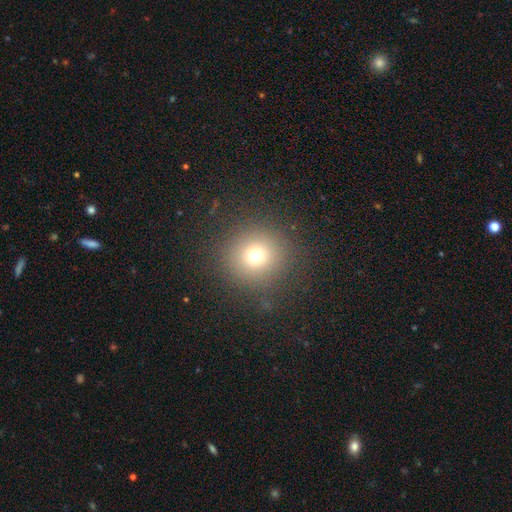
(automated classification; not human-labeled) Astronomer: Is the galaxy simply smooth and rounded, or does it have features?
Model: smooth — 71%.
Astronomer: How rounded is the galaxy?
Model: round — 94%.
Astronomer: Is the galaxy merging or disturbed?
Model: none — 88%.